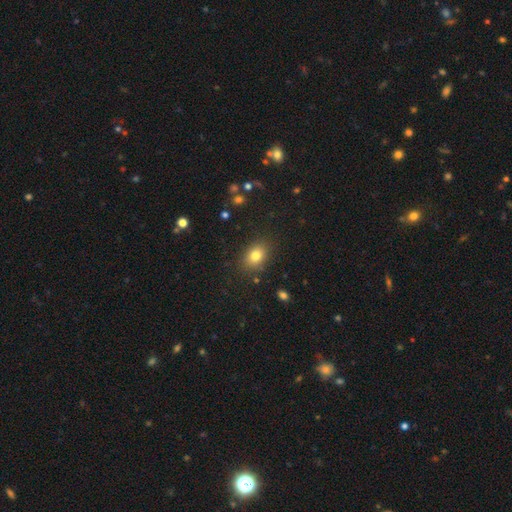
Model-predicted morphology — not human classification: Smooth or featured? smooth (80%)
How rounded? in between (68%)
Merging? none (84%)